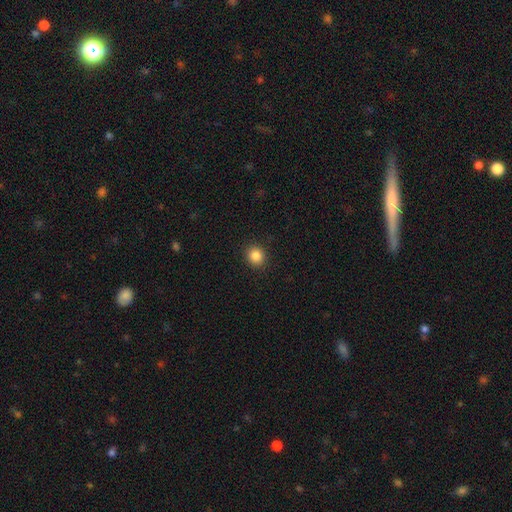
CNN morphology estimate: smooth_or_featured: smooth (p=0.85) [alt: star or artifact p=0.11]
how_rounded: round (p=0.83) [alt: in between p=0.16]
merging: none (p=0.91) [alt: minor disturbance p=0.06]